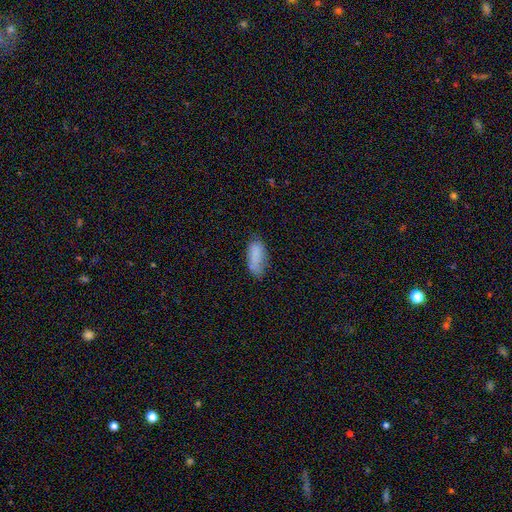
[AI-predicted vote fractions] smooth 82%, featured or disk 10%, star or artifact 8%. Down the decision tree: how rounded — in between (82%); merging — none (55%).